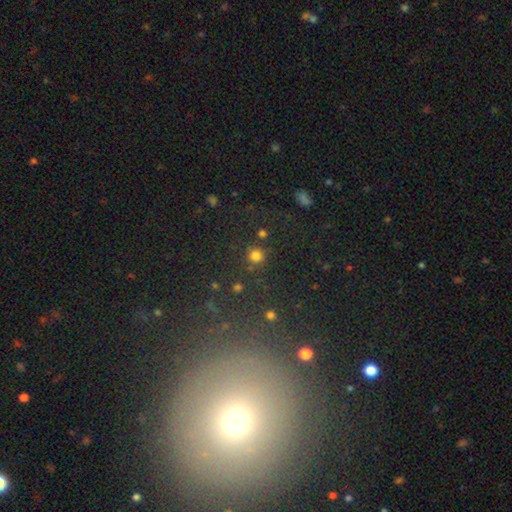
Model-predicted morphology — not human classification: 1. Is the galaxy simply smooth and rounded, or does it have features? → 76% smooth, 18% star or artifact, 5% featured or disk.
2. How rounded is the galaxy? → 93% round, 6% in between, 1% cigar-shaped.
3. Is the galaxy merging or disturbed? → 80% none, 9% minor disturbance, 6% merger, 5% major disturbance.